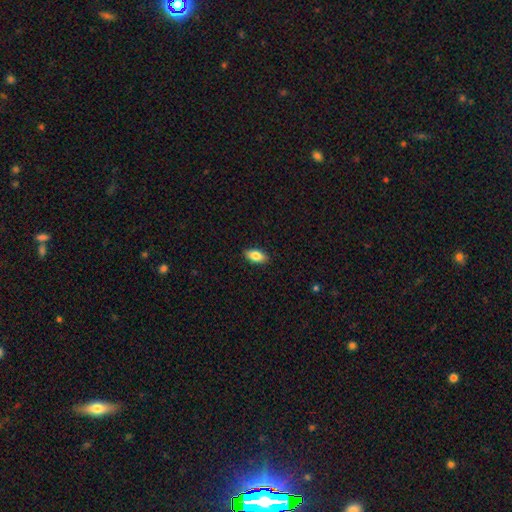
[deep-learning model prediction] Smooth or featured? Predicted: smooth (p=0.83). How rounded? Predicted: in between (p=0.91). Merging? Predicted: none (p=0.89).